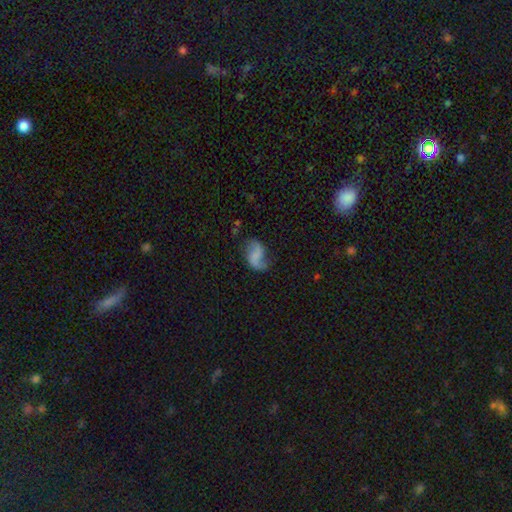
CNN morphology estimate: This is likely a featured or disk galaxy (64%). It is clearly not viewed edge-on (98%). Bar: possibly no (50%). Spiral arm pattern: clearly yes (92%). Spiral arm count: clearly 2 (85%). Spiral winding: likely loose (70%). Central bulge: possibly none (60%). Merging: likely none (63%).